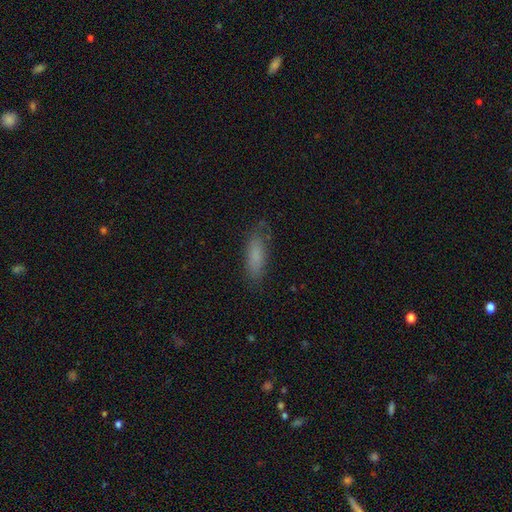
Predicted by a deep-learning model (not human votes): This appears to be a smooth galaxy with no disk features (78%) that is in between round and cigar-shaped (56%). Merging: none (72%).